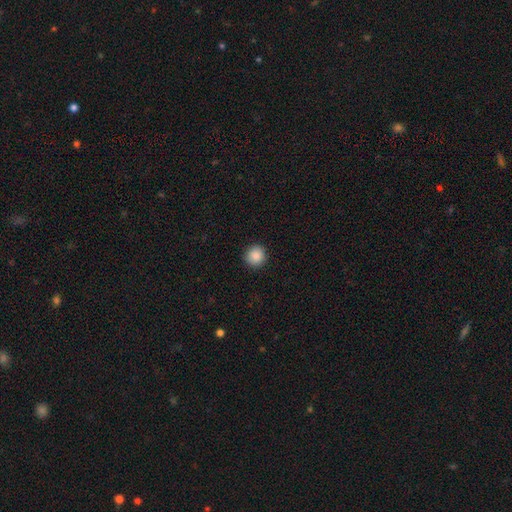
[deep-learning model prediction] smooth_or_featured: smooth (p=0.88) [alt: star or artifact p=0.08]
how_rounded: round (p=0.93) [alt: in between p=0.06]
merging: none (p=0.92) [alt: minor disturbance p=0.06]